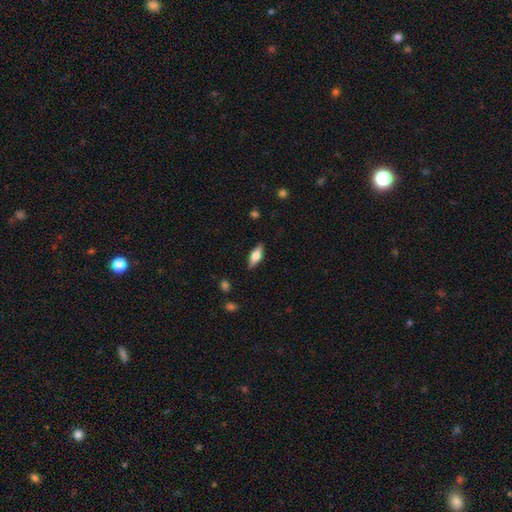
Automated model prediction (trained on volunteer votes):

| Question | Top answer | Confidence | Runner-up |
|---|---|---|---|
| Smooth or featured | smooth | 54% | featured or disk (39%) |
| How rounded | in between | 65% | cigar-shaped (32%) |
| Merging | none | 86% | minor disturbance (10%) |